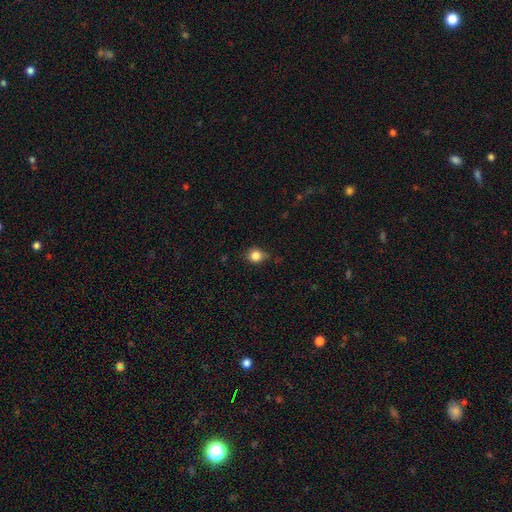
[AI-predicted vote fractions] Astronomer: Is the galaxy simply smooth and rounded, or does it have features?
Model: smooth — 83%.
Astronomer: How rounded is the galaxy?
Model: round — 78%.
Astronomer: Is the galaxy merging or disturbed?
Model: none — 68%.